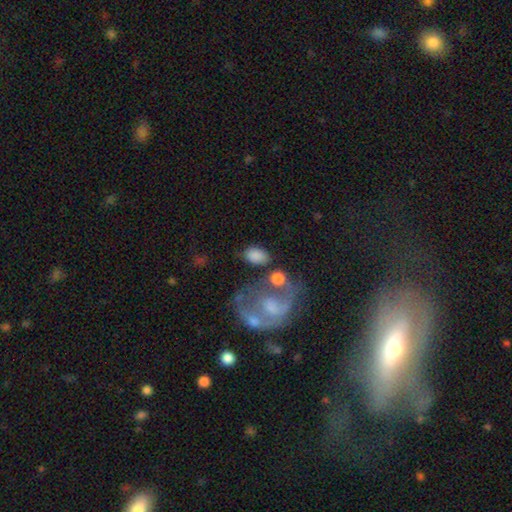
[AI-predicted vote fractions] This appears to be a smooth galaxy with no disk features (82%) that is in between round and cigar-shaped (85%). Merging: none (59%).